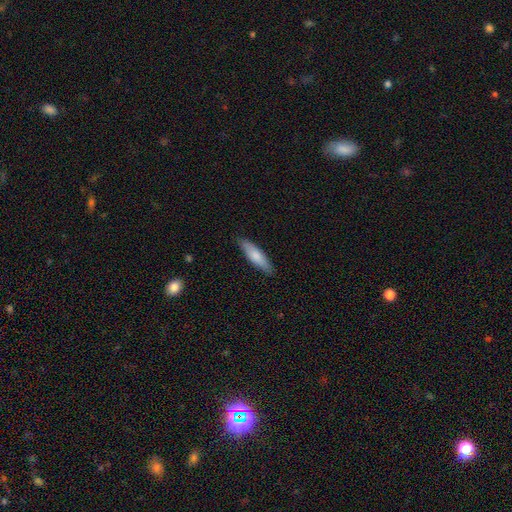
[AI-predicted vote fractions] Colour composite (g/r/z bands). It shows a smooth galaxy with no disk features (76%) that is cigar-shaped (63%). Merging: none (87%).